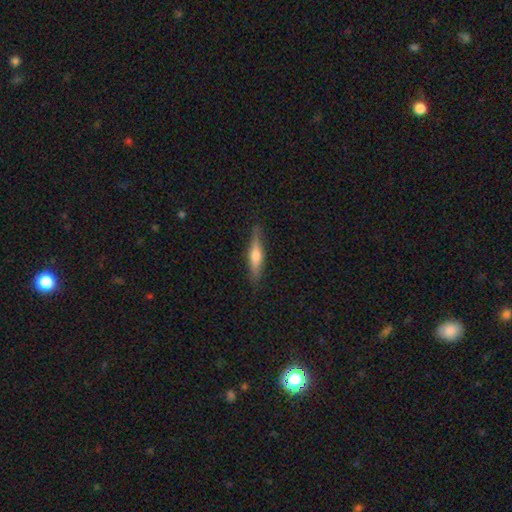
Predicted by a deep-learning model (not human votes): A smooth galaxy with no disk features (48%).

Vote fractions:
- Smooth or featured? smooth: 48% / featured or disk: 46% / star or artifact: 6%
- Merging? none: 85% / minor disturbance: 11% / major disturbance: 2% / merger: 1%